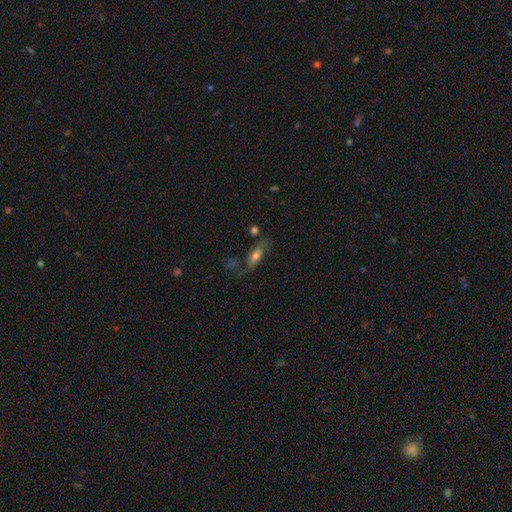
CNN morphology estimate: Q: Smooth or featured?
A: smooth (56%); runner-up: featured or disk (35%)
Q: How rounded?
A: in between (64%); runner-up: cigar-shaped (31%)
Q: Merging?
A: none (57%); runner-up: minor disturbance (23%)